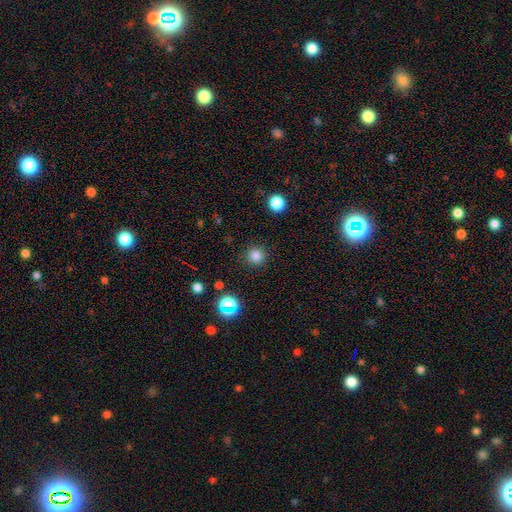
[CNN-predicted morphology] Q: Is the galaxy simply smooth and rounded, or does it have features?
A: smooth — 80%.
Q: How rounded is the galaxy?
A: round — 95%.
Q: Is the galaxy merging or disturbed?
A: none — 90%.